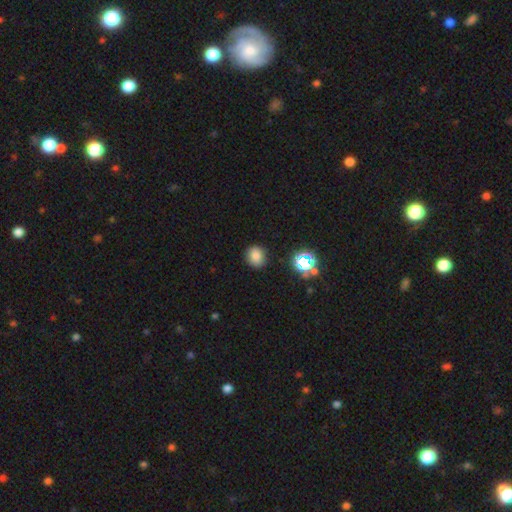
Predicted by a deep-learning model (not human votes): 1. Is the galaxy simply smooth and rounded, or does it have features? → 78% smooth, 16% star or artifact, 6% featured or disk.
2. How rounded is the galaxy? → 75% round, 24% in between, 1% cigar-shaped.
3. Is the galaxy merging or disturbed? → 86% none, 9% minor disturbance, 3% major disturbance, 2% merger.